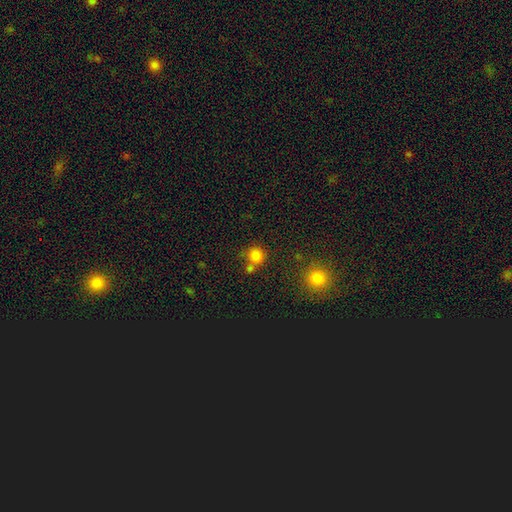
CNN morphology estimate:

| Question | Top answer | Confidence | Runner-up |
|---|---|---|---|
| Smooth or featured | smooth | 80% | star or artifact (14%) |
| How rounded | round | 88% | in between (11%) |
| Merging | none | 61% | merger (25%) |